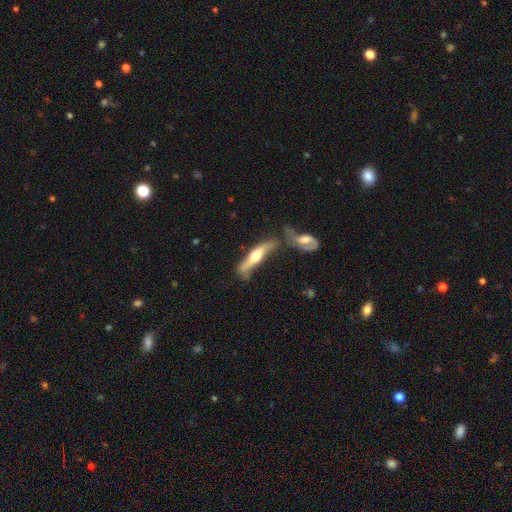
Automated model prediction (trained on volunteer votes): This appears to be a featured or disk galaxy (62%) viewed edge-on (84%) with a rounded central bulge (90%). Merging: none (41%).